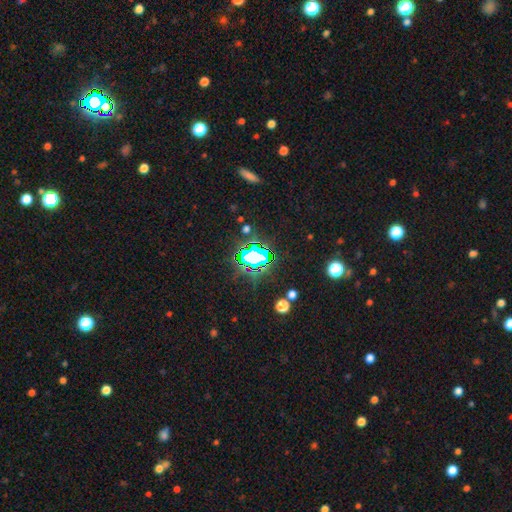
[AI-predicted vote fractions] This appears to be a star or artifact, not a galaxy (69%).